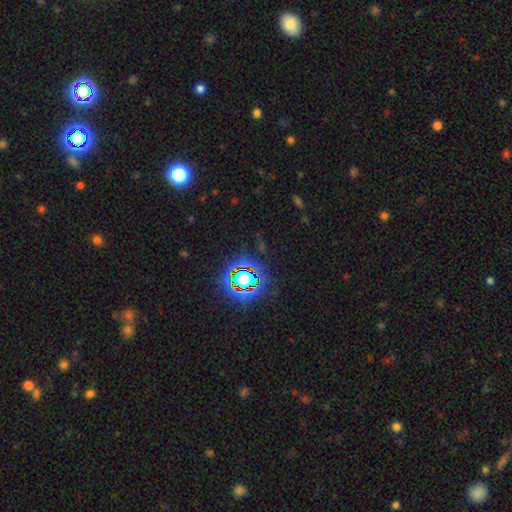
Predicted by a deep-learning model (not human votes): smooth-or-featured: star or artifact: 79% | smooth: 13% | featured or disk: 8%